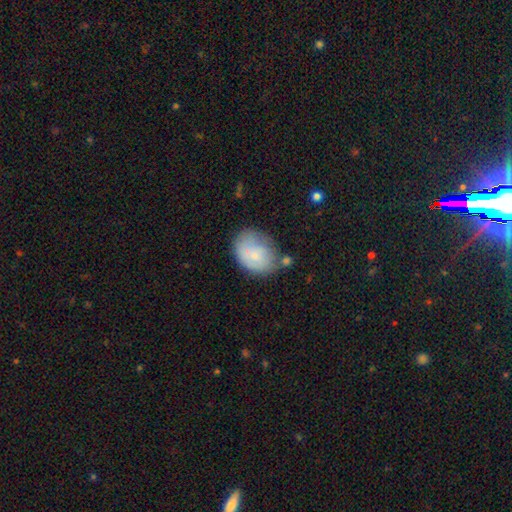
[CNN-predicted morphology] Overall: smooth (67%). How rounded: in between (65%; round 33%). Merging: none (47%; minor disturbance 30%).